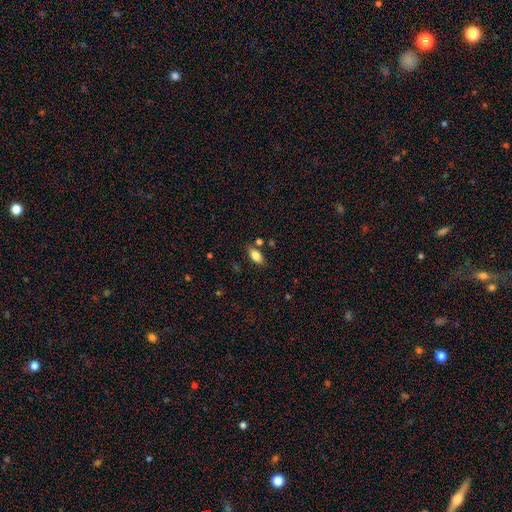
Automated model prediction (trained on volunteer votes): This appears to be a smooth galaxy with no disk features (79%) that is in between round and cigar-shaped (88%). Merging: none (79%).